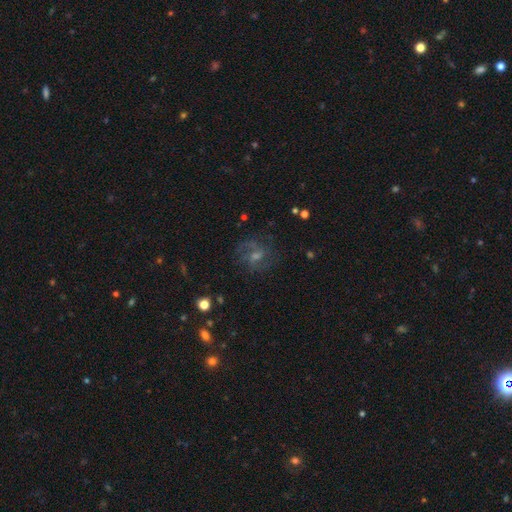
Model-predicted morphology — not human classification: smooth_or_featured: featured or disk (p=0.61) [alt: star or artifact p=0.21]
disk_edge_on: no (p=0.97) [alt: yes p=0.03]
bar: weak (p=0.50) [alt: no p=0.37]
has_spiral_arms: yes (p=0.86) [alt: no p=0.14]
spiral_winding: medium (p=0.49) [alt: tight p=0.26]
spiral_arm_count: 2 (p=0.51) [alt: can't tell p=0.26]
bulge_size: small (p=0.43) [alt: moderate p=0.39]
merging: none (p=0.71) [alt: minor disturbance p=0.15]